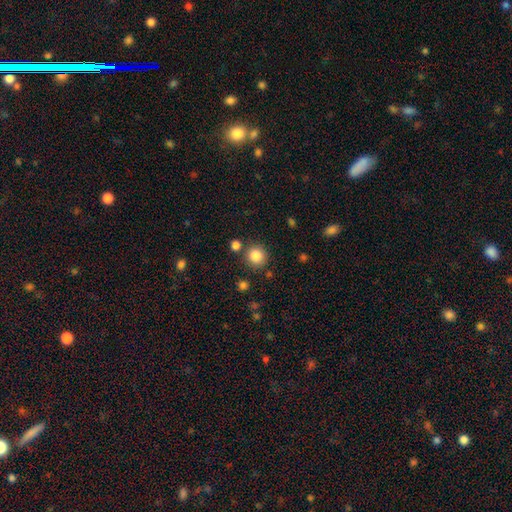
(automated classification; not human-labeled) smooth_or_featured: smooth (p=0.85) [alt: star or artifact p=0.10]
how_rounded: round (p=0.91) [alt: in between p=0.08]
merging: none (p=0.83) [alt: minor disturbance p=0.08]